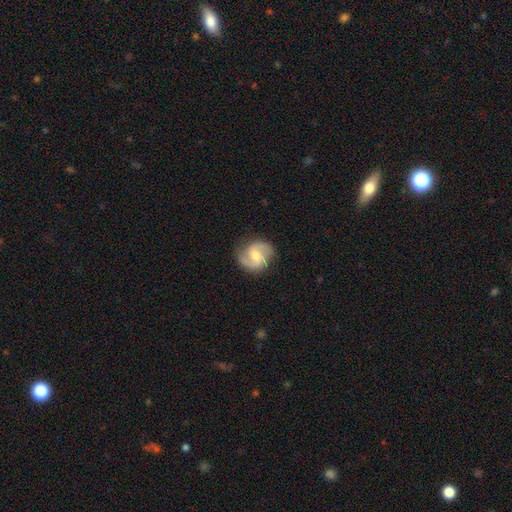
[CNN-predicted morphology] This is clearly a featured or disk galaxy (81%). It is clearly not viewed edge-on (98%). Bar: possibly weak (55%). Spiral arm pattern: clearly yes (96%). Spiral arm count: clearly 2 (91%). Spiral winding: possibly medium (53%). Central bulge: possibly moderate (59%). Merging: clearly none (82%).